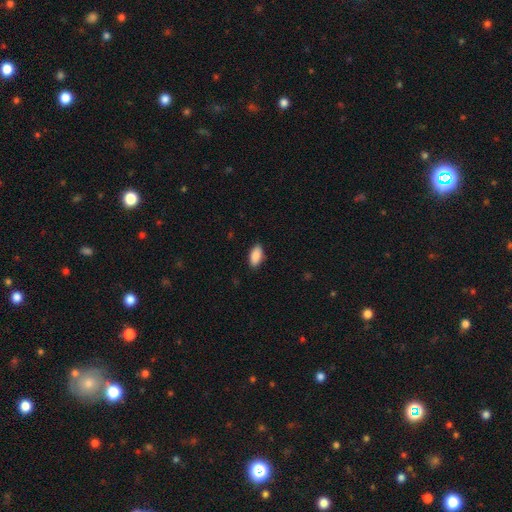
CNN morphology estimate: Q: Smooth or featured?
A: smooth (90%); runner-up: star or artifact (6%)
Q: How rounded?
A: in between (92%); runner-up: cigar-shaped (6%)
Q: Merging?
A: none (87%); runner-up: minor disturbance (10%)